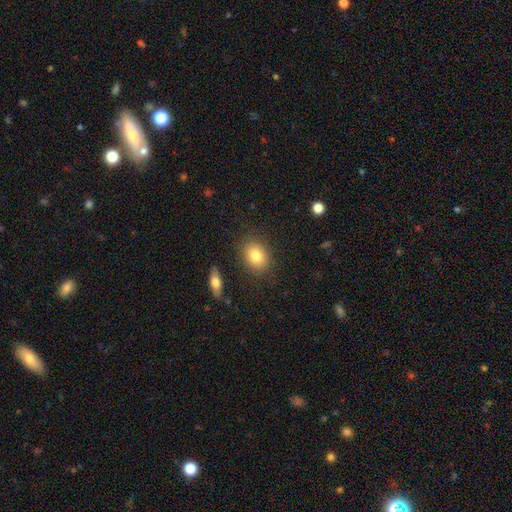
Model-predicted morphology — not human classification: A smooth galaxy with no disk features (82%) that is in between round and cigar-shaped (65%). Merging: none (84%).